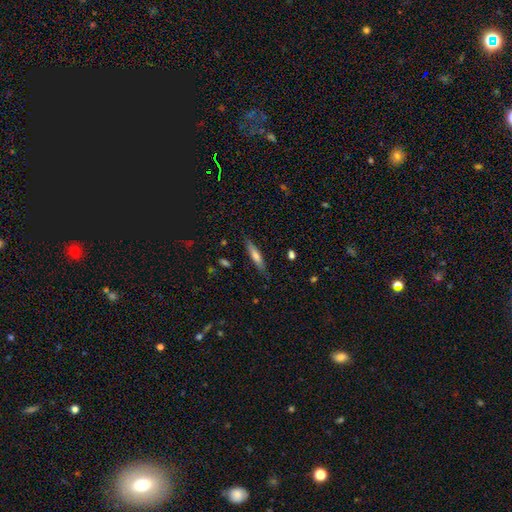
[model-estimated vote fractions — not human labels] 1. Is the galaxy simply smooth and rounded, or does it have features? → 60% smooth, 34% featured or disk, 7% star or artifact.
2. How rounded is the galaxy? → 86% cigar-shaped, 12% in between, 2% round.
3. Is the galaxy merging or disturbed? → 85% none, 11% minor disturbance, 2% major disturbance, 1% merger.